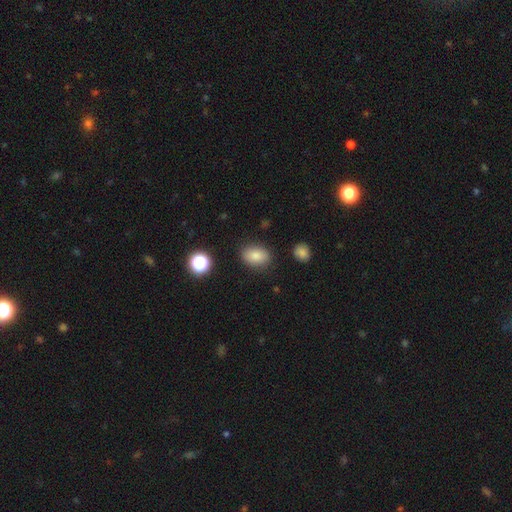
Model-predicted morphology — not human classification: smooth_or_featured: smooth (p=0.83) [alt: star or artifact p=0.10]
how_rounded: in between (p=0.80) [alt: round p=0.18]
merging: none (p=0.84) [alt: minor disturbance p=0.11]